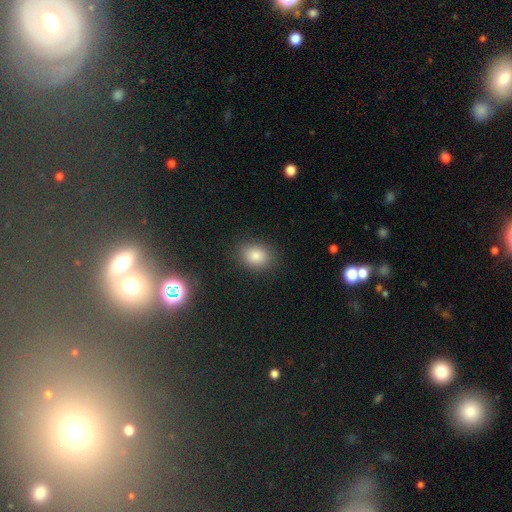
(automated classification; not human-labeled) A smooth galaxy with no disk features (84%) that is in between round and cigar-shaped (55%). Merging: none (86%).